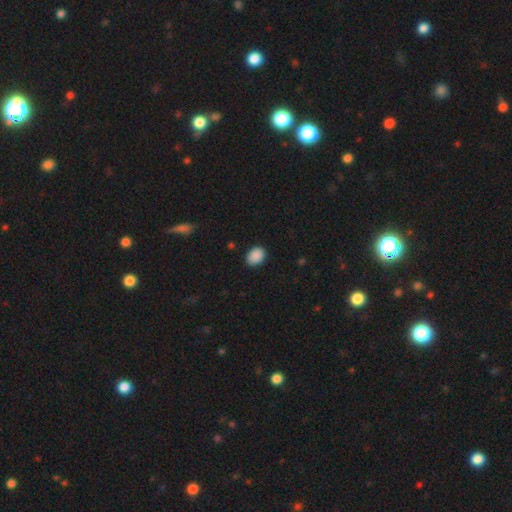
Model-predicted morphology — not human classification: Q: Smooth or featured?
A: smooth (90%); runner-up: star or artifact (8%)
Q: How rounded?
A: in between (70%); runner-up: round (29%)
Q: Merging?
A: none (86%); runner-up: minor disturbance (10%)